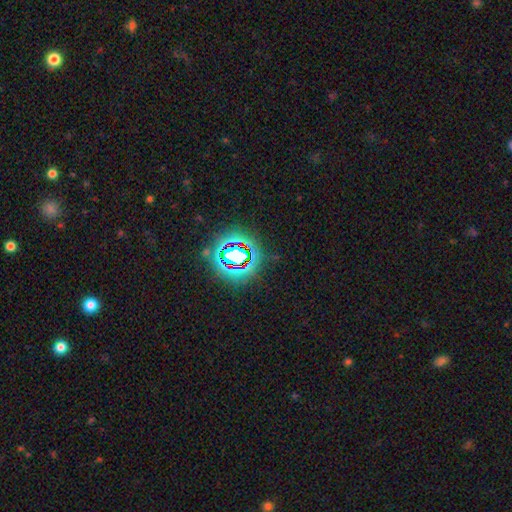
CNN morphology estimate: This is likely a star or artifact rather than a galaxy (79%).